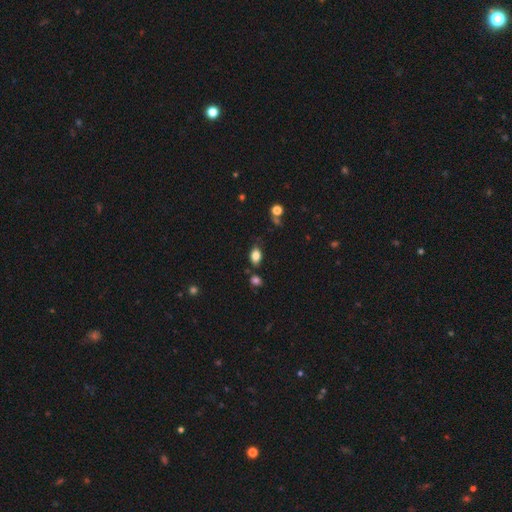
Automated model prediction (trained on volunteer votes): The model was most divided on "merging": none: 74%, minor disturbance: 16%, merger: 7%, major disturbance: 4%. More confident: how rounded — in between (87%); smooth or featured — smooth (83%).